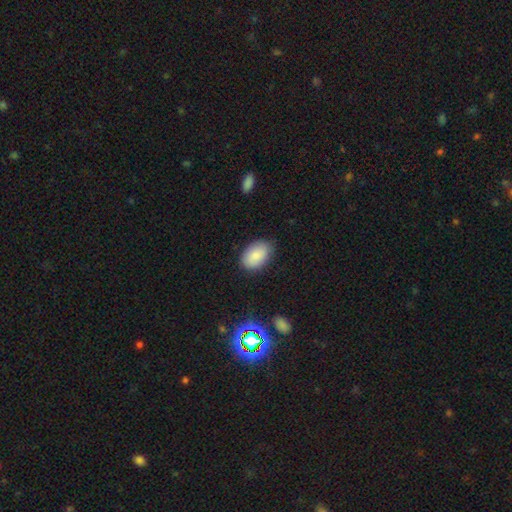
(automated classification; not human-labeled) The model was most divided on "merging": none: 83%, minor disturbance: 13%, major disturbance: 3%, merger: 1%. More confident: how rounded — in between (90%); smooth or featured — smooth (86%).